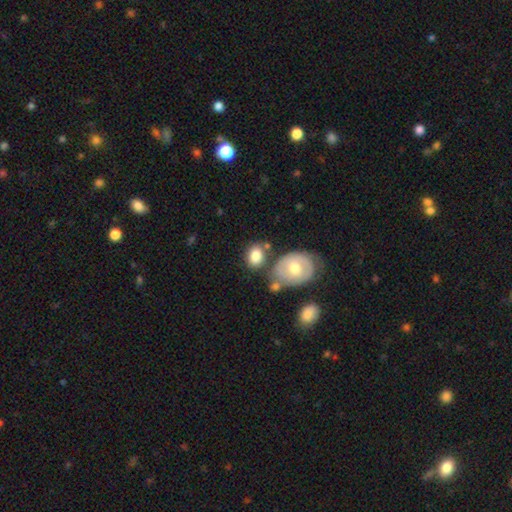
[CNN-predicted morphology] Smooth or featured?
  - smooth: 78% *
  - featured or disk: 15%
  - star or artifact: 7%
How rounded?
  - in between: 68% *
  - round: 31%
  - cigar-shaped: 1%
Merging?
  - none: 56% *
  - minor disturbance: 19%
  - merger: 18%
  - major disturbance: 7%